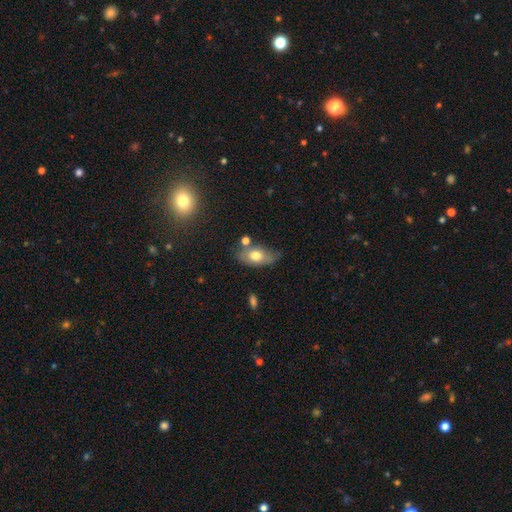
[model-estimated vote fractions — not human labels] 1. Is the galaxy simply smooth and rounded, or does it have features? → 71% smooth, 21% featured or disk, 8% star or artifact.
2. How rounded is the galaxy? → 88% in between, 8% round, 4% cigar-shaped.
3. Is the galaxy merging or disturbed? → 59% none, 24% minor disturbance, 11% merger, 6% major disturbance.